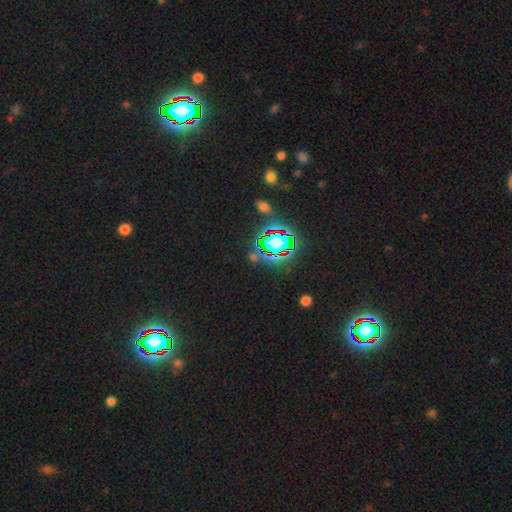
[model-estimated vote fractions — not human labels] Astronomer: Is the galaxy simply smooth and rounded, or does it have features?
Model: star or artifact — 77%.